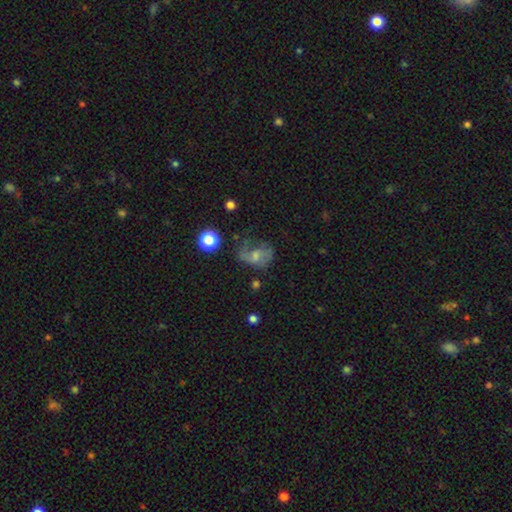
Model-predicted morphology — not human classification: Overall: featured or disk (47%; smooth 35%). Merging: none (38%; major disturbance 33%).